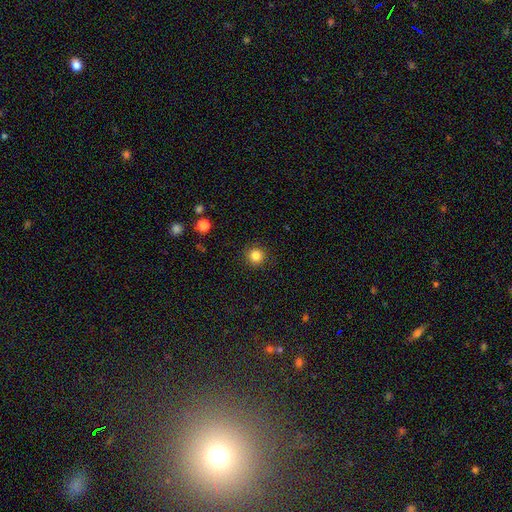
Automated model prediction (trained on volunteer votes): smooth_or_featured: smooth (p=0.84) [alt: star or artifact p=0.12]
how_rounded: round (p=0.94) [alt: in between p=0.05]
merging: none (p=0.91) [alt: minor disturbance p=0.06]